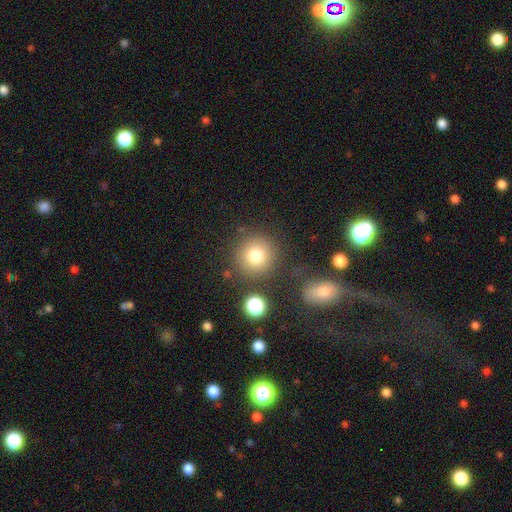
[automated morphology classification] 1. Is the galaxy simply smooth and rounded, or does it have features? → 78% smooth, 12% star or artifact, 9% featured or disk.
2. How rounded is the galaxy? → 93% round, 6% in between, 1% cigar-shaped.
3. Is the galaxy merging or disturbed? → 82% none, 9% minor disturbance, 5% merger, 4% major disturbance.